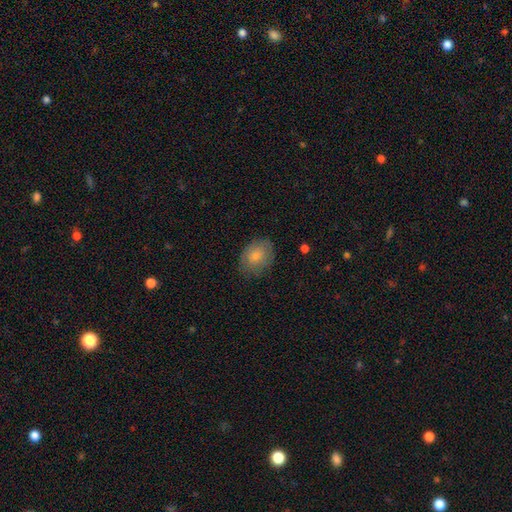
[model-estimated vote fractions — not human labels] Q: Smooth or featured?
A: smooth (70%); runner-up: featured or disk (20%)
Q: How rounded?
A: in between (61%); runner-up: round (38%)
Q: Merging?
A: none (79%); runner-up: minor disturbance (16%)